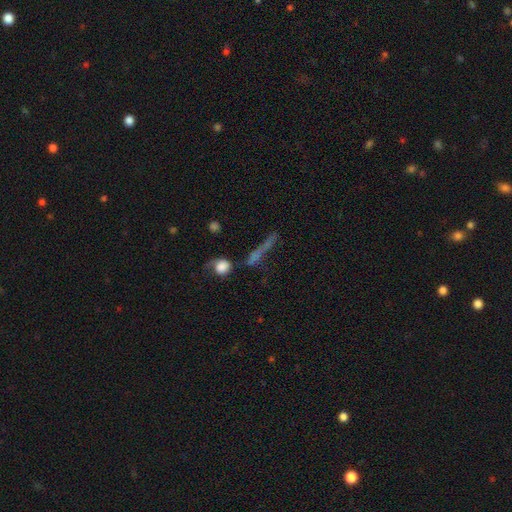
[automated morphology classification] A smooth galaxy with no disk features (42%).

Vote fractions:
- Smooth or featured? smooth: 42% / featured or disk: 36% / star or artifact: 22%
- Merging? none: 51% / merger: 17% / major disturbance: 16% / minor disturbance: 16%